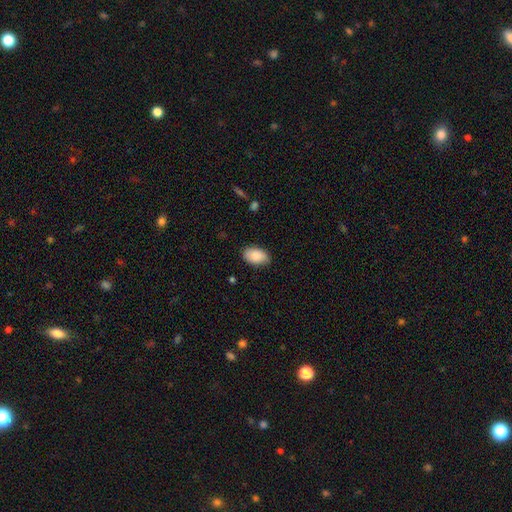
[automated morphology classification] A smooth galaxy with no disk features (87%) that is in between round and cigar-shaped (93%). Merging: none (84%).